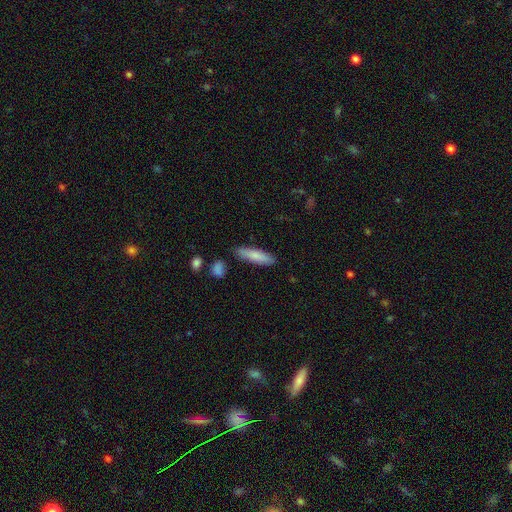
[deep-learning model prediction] Smooth or featured?
  - smooth: 80% *
  - featured or disk: 13%
  - star or artifact: 6%
How rounded?
  - cigar-shaped: 69% *
  - in between: 30%
  - round: 2%
Merging?
  - none: 82% *
  - minor disturbance: 13%
  - merger: 3%
  - major disturbance: 3%